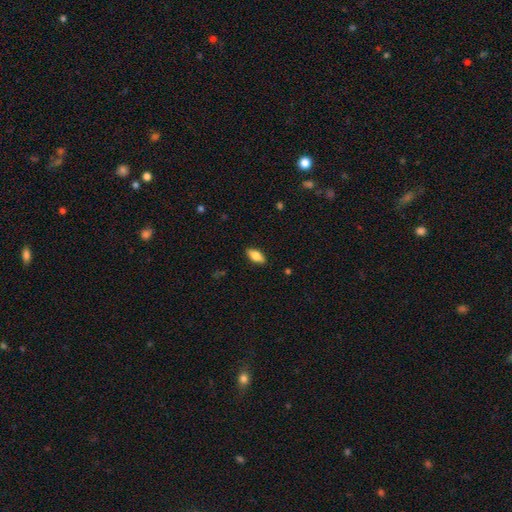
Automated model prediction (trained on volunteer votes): This appears to be a smooth galaxy with no disk features (72%) that is in between round and cigar-shaped (85%). Merging: none (88%).